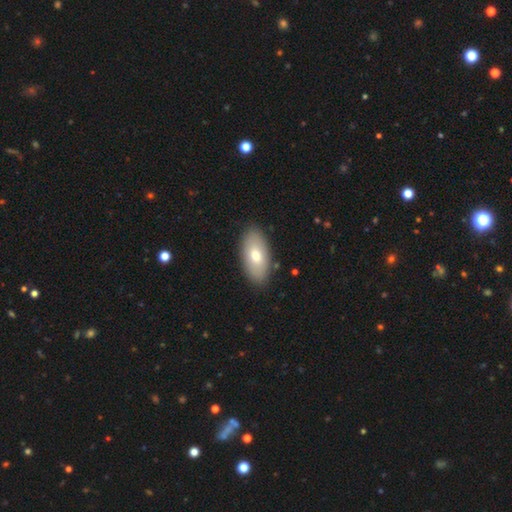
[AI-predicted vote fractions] smooth_or_featured: smooth (p=0.72) [alt: featured or disk p=0.22]
how_rounded: in between (p=0.92) [alt: cigar-shaped p=0.05]
merging: none (p=0.87) [alt: minor disturbance p=0.09]